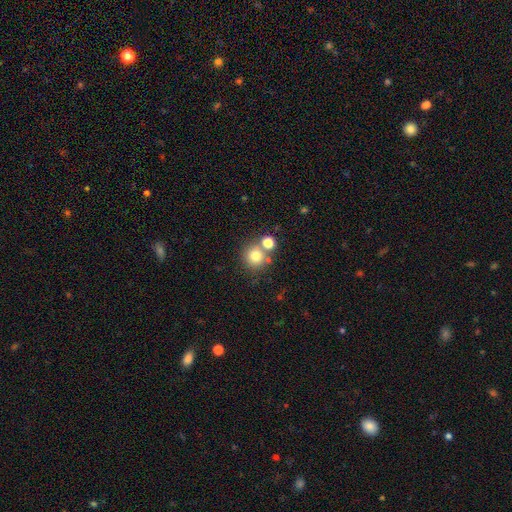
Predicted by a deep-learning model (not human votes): This is likely a smooth galaxy (77%). How rounded: clearly round (91%). Merging: likely none (64%).